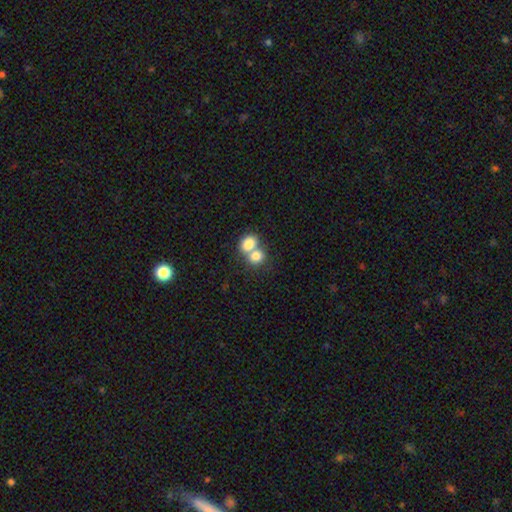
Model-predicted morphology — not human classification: smooth 80%, featured or disk 11%, star or artifact 9%. Down the decision tree: how rounded — round (56%); merging — merger (63%).